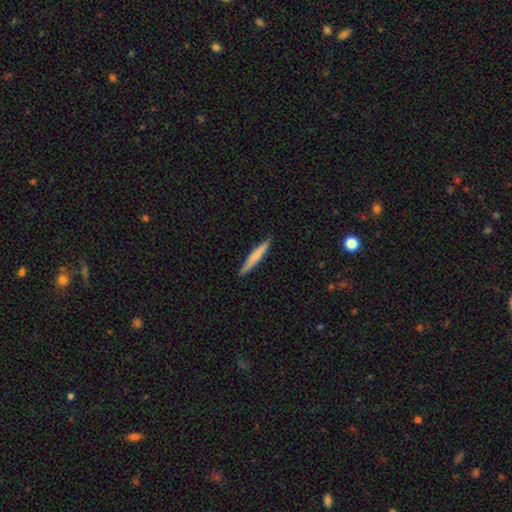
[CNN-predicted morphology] Smooth or featured? Predicted: smooth (p=0.68). How rounded? Predicted: cigar-shaped (p=0.95). Merging? Predicted: none (p=0.89).